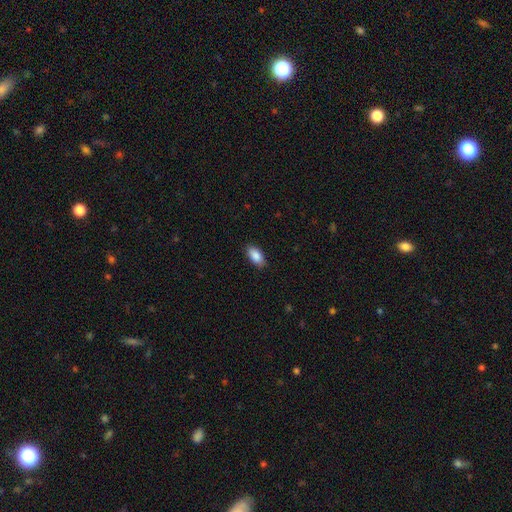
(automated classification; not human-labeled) Smooth or featured? smooth (89%)
How rounded? in between (93%)
Merging? none (87%)